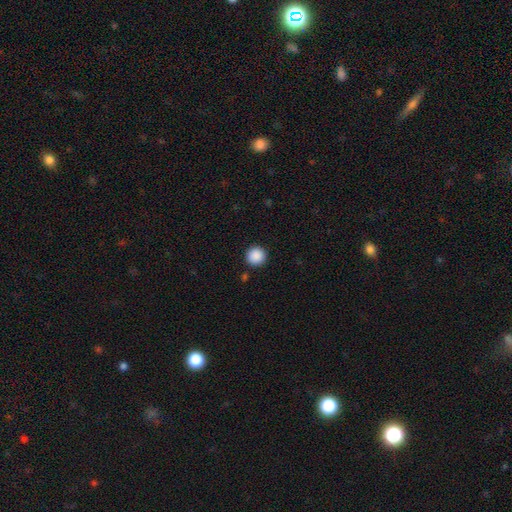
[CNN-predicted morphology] smooth-or-featured: smooth: 89% | star or artifact: 9% | featured or disk: 2%
  how-rounded: round: 95% | in between: 4% | cigar-shaped: 1%
  merging: none: 91% | minor disturbance: 5% | major disturbance: 2% | merger: 2%